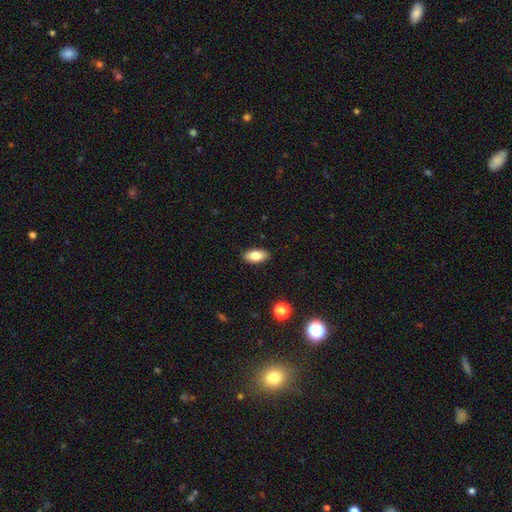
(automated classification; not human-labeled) Q: Smooth or featured?
A: smooth (82%); runner-up: featured or disk (10%)
Q: How rounded?
A: in between (90%); runner-up: cigar-shaped (6%)
Q: Merging?
A: none (89%); runner-up: minor disturbance (8%)